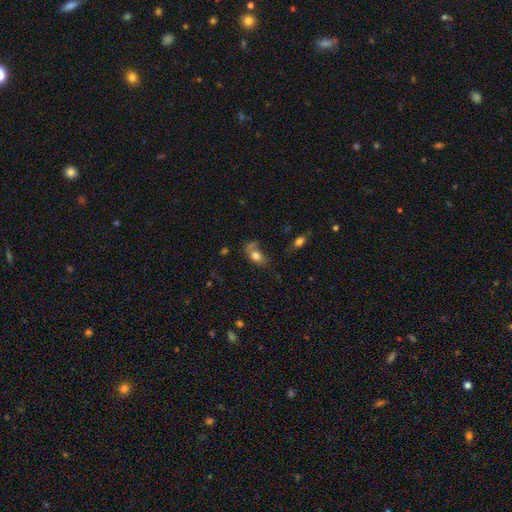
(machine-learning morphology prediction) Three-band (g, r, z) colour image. It shows a smooth galaxy with no disk features (76%) that is in between round and cigar-shaped (83%). Merging: none (41%).